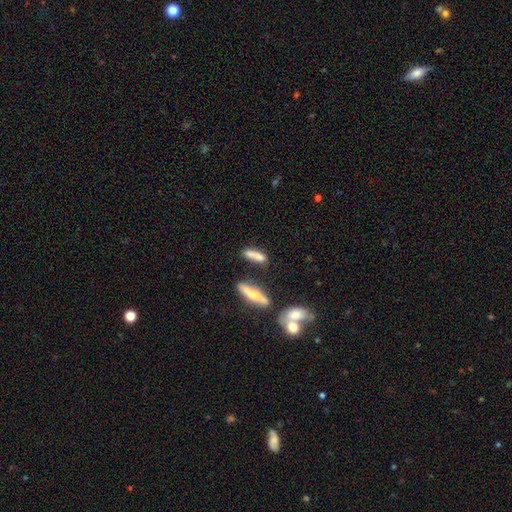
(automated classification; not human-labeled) smooth_or_featured: smooth (p=0.71) [alt: featured or disk p=0.20]
how_rounded: cigar-shaped (p=0.67) [alt: in between p=0.30]
merging: none (p=0.57) [alt: merger p=0.18]